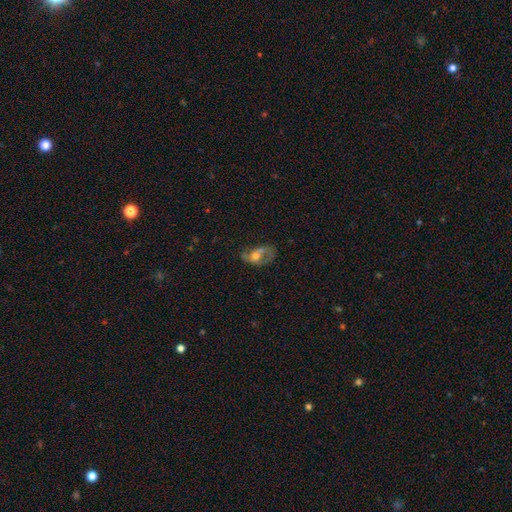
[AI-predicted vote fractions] This appears to be a featured or disk galaxy (58%) with no bar (71%), spiral arms (65%) and a moderate central bulge (62%). Merging: none (40%).